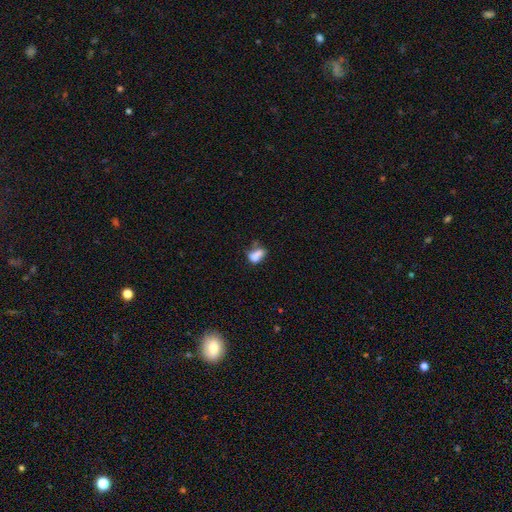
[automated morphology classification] Smooth or featured: smooth — 73% (featured or disk — 16%)
How rounded: in between — 81% (round — 13%)
Merging: none — 31% (minor disturbance — 26%)